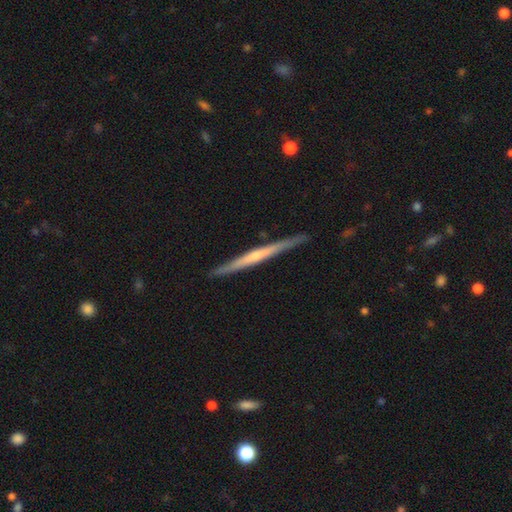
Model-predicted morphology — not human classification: This appears to be a featured or disk galaxy (75%) viewed edge-on (98%) with a rounded central bulge (56%). Merging: none (90%).